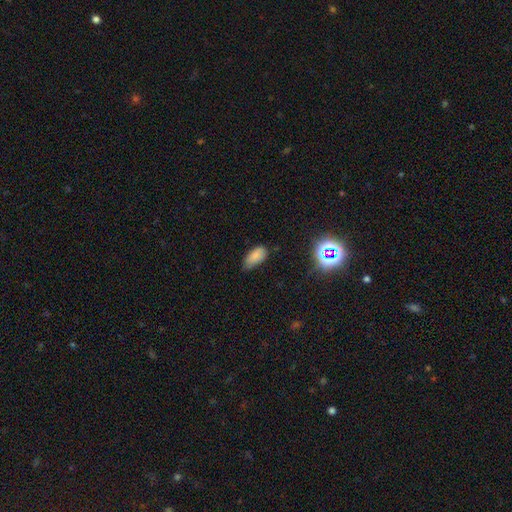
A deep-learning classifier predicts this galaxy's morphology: Q: Smooth or featured?
A: smooth (80%); runner-up: star or artifact (12%)
Q: How rounded?
A: in between (92%); runner-up: cigar-shaped (4%)
Q: Merging?
A: none (53%); runner-up: minor disturbance (38%)